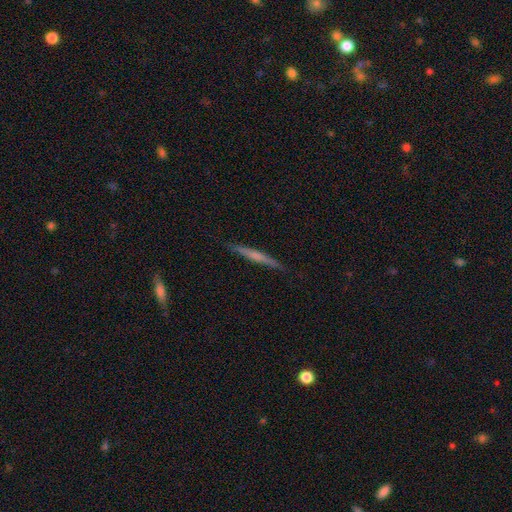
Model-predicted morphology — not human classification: Overall: featured or disk (52%; smooth 42%). Edge-on disk: yes (97%). Edge-on bulge: none (54%; rounded 34%). Merging: none (89%).